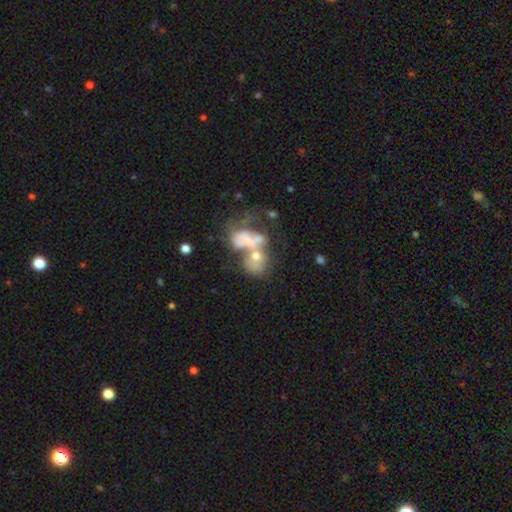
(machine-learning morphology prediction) Smooth or featured? Predicted: featured or disk (p=0.48). Merging? Predicted: merger (p=0.66).